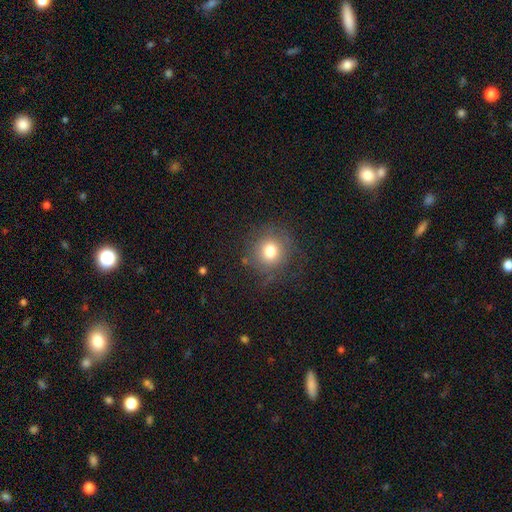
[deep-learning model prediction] This is likely a smooth galaxy (66%). How rounded: clearly round (93%). Merging: clearly none (86%).